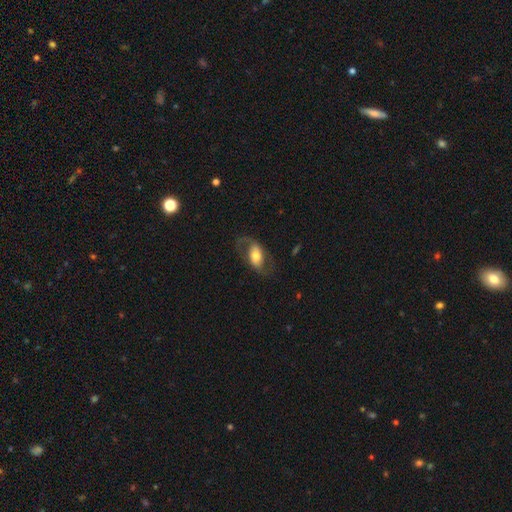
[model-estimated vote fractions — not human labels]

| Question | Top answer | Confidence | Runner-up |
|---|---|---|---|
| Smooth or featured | featured or disk | 65% | smooth (29%) |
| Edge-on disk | no | 94% | yes (6%) |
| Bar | no | 41% | weak (35%) |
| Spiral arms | yes | 86% | no (14%) |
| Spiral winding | loose | 54% | medium (37%) |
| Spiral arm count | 2 | 86% | 1 (7%) |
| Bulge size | moderate | 58% | large (22%) |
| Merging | none | 66% | minor disturbance (17%) |